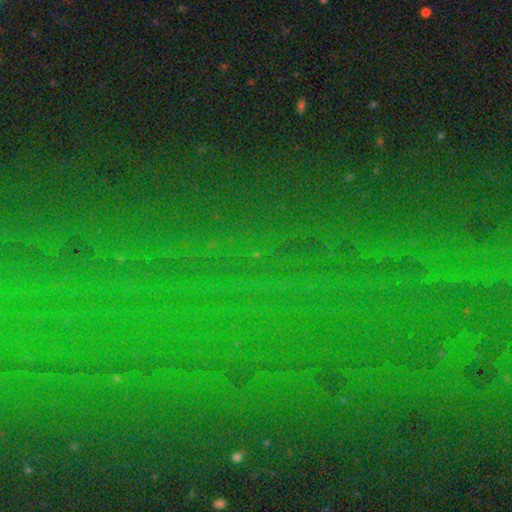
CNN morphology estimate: Overall: star or artifact (81%).